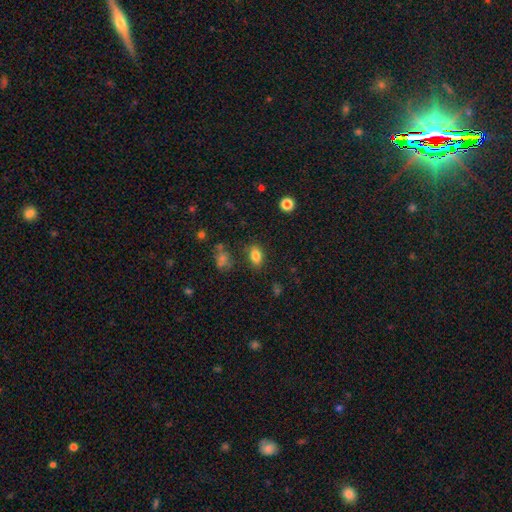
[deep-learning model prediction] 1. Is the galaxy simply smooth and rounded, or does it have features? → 82% smooth, 10% star or artifact, 8% featured or disk.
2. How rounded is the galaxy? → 85% in between, 13% round, 2% cigar-shaped.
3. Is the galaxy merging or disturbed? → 81% none, 13% minor disturbance, 3% major disturbance, 3% merger.